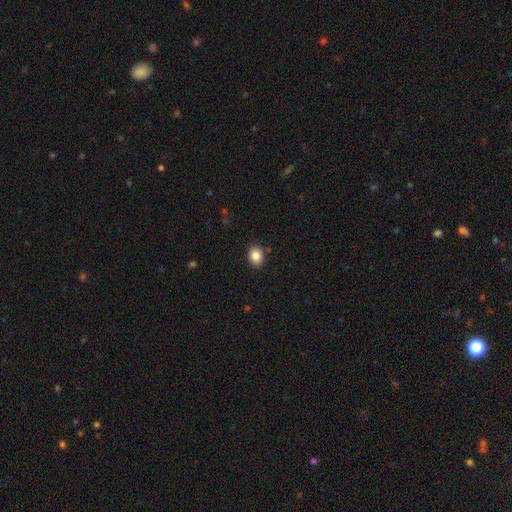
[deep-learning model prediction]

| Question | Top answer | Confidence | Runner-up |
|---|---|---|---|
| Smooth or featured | smooth | 86% | star or artifact (9%) |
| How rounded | in between | 55% | round (45%) |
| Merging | none | 88% | minor disturbance (8%) |